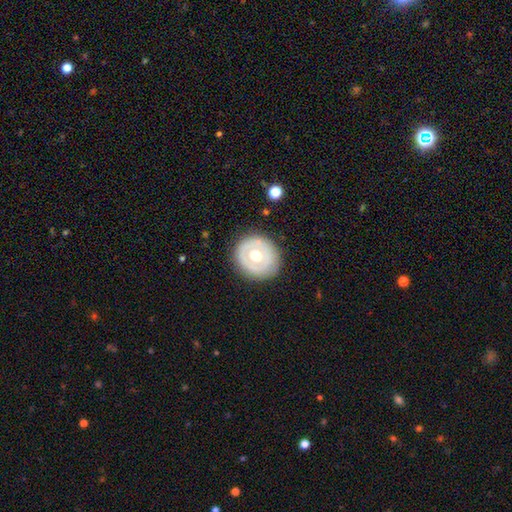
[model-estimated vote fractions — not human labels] Smooth or featured: featured or disk — 48% (smooth — 46%)
Merging: none — 84% (minor disturbance — 10%)